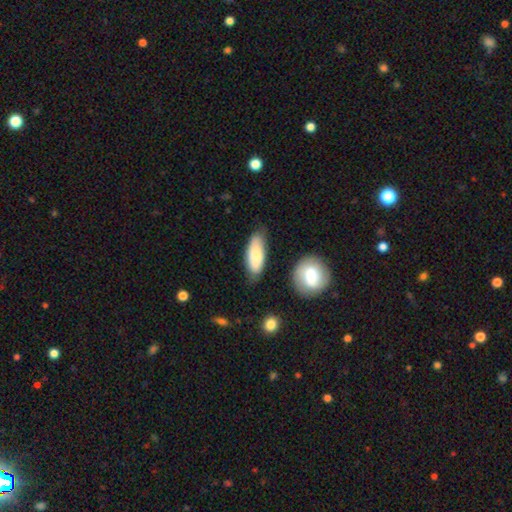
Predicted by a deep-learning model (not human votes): A smooth galaxy with no disk features (80%) that is in between round and cigar-shaped (73%).

Vote fractions:
- Smooth or featured? smooth: 80% / featured or disk: 14% / star or artifact: 6%
- How rounded? in between: 73% / cigar-shaped: 25% / round: 2%
- Merging? none: 71% / minor disturbance: 20% / merger: 5% / major disturbance: 4%